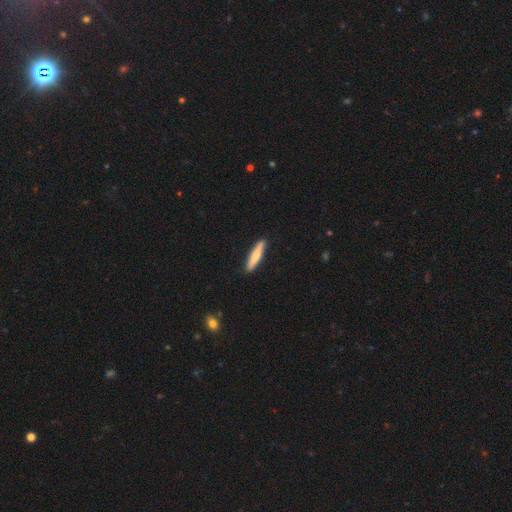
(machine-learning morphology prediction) Smooth or featured?
  - smooth: 63% *
  - featured or disk: 32%
  - star or artifact: 5%
How rounded?
  - cigar-shaped: 89% *
  - in between: 10%
  - round: 1%
Merging?
  - none: 90% *
  - minor disturbance: 7%
  - major disturbance: 1%
  - merger: 1%